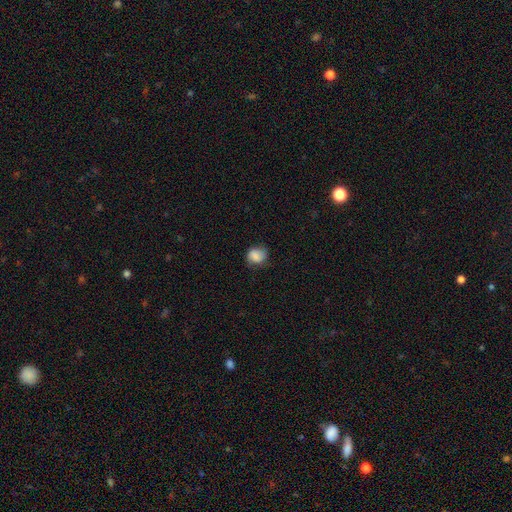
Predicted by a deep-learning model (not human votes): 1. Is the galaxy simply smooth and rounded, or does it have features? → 81% smooth, 10% featured or disk, 9% star or artifact.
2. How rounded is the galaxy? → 65% round, 34% in between, 1% cigar-shaped.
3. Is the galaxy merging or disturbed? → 62% none, 28% minor disturbance, 9% major disturbance, 1% merger.